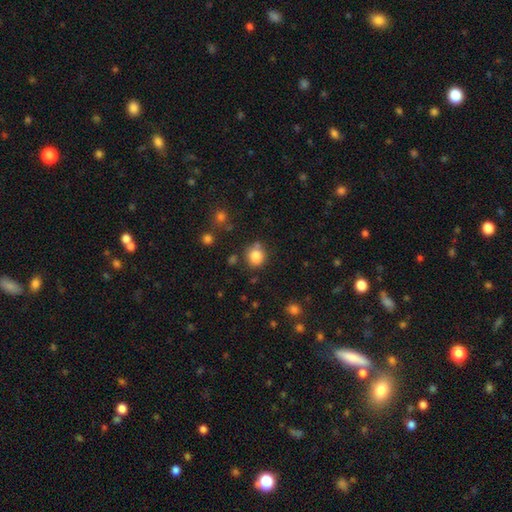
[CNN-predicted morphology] smooth 83%, star or artifact 10%, featured or disk 6%. Down the decision tree: how rounded — round (80%); merging — none (73%).